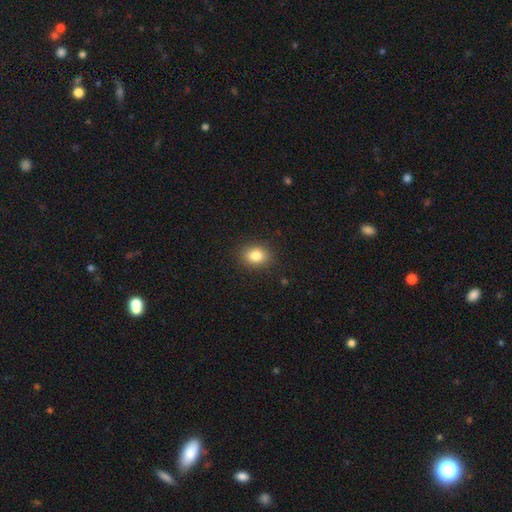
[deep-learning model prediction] The model was most divided on "how rounded": in between: 54%, round: 45%, cigar-shaped: 1%. More confident: merging — none (88%); smooth or featured — smooth (83%).